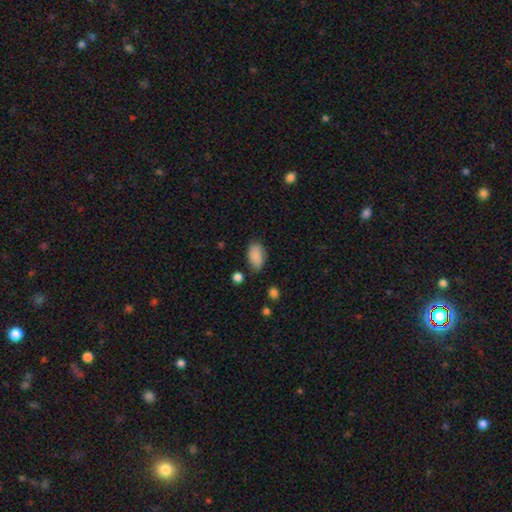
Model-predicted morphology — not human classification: A smooth galaxy with no disk features (87%) that is in between round and cigar-shaped (93%).

Vote fractions:
- Smooth or featured? smooth: 87% / star or artifact: 8% / featured or disk: 5%
- How rounded? in between: 93% / round: 5% / cigar-shaped: 2%
- Merging? none: 71% / minor disturbance: 21% / major disturbance: 5% / merger: 3%